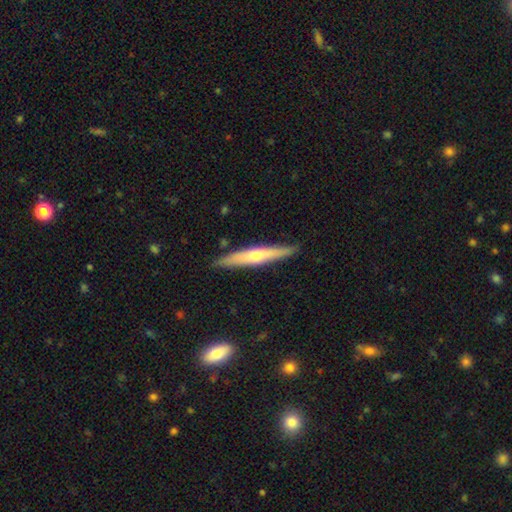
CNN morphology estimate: This is possibly a featured or disk galaxy (55%). It is clearly viewed edge-on (93%). Edge-on bulge: clearly rounded (83%). Merging: clearly none (87%).